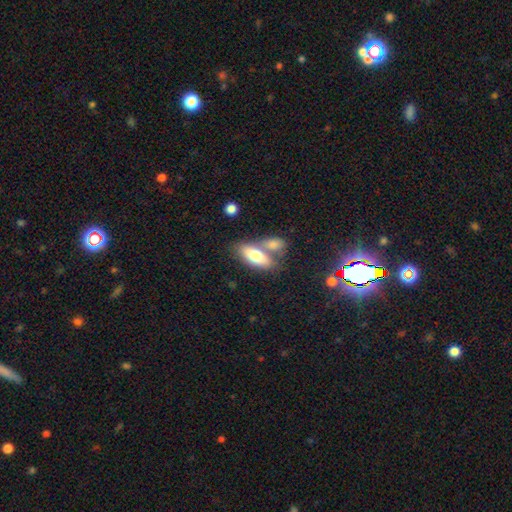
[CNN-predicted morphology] The model was most divided on "merging": none: 45%, merger: 39%, minor disturbance: 11%, major disturbance: 5%. More confident: how rounded — in between (79%); smooth or featured — smooth (71%).